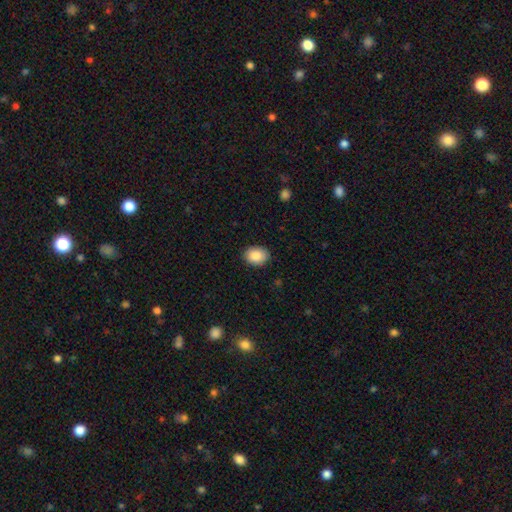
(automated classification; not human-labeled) smooth-or-featured: smooth: 88% | star or artifact: 7% | featured or disk: 5%
  how-rounded: in between: 67% | round: 32% | cigar-shaped: 1%
  merging: none: 87% | minor disturbance: 10% | major disturbance: 2% | merger: 1%